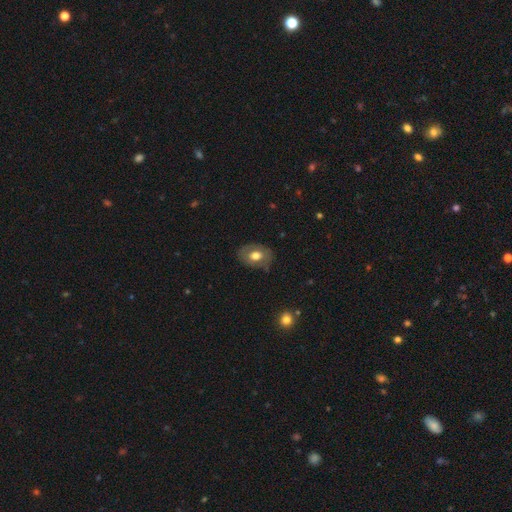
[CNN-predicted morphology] Smooth or featured? Predicted: smooth (p=0.61). How rounded? Predicted: in between (p=0.72). Merging? Predicted: none (p=0.78).